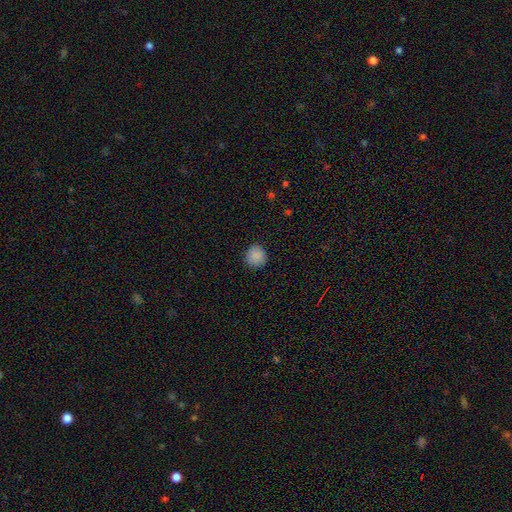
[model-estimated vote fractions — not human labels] A smooth galaxy with no disk features (87%) that is round (90%). Merging: none (87%).